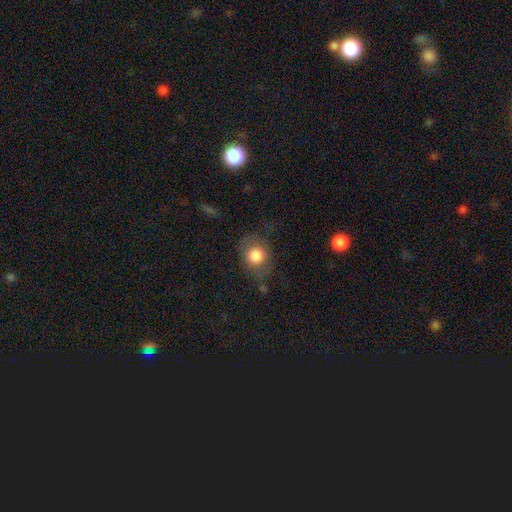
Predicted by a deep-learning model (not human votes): The model was most divided on "merging": none: 65%, minor disturbance: 21%, major disturbance: 12%, merger: 2%. More confident: smooth or featured — smooth (78%); how rounded — round (73%).